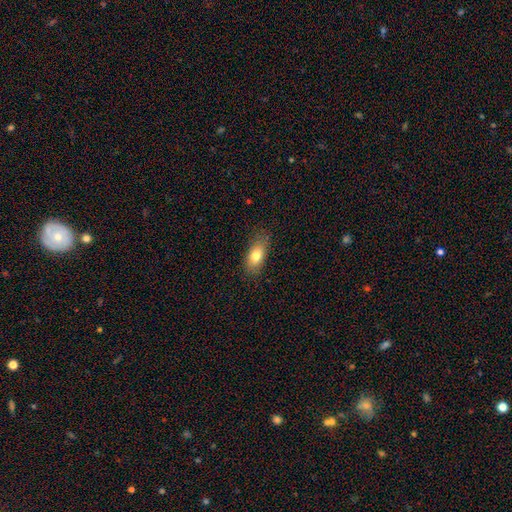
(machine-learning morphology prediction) Q: Smooth or featured?
A: smooth (77%); runner-up: featured or disk (15%)
Q: How rounded?
A: in between (84%); runner-up: cigar-shaped (8%)
Q: Merging?
A: none (76%); runner-up: minor disturbance (18%)